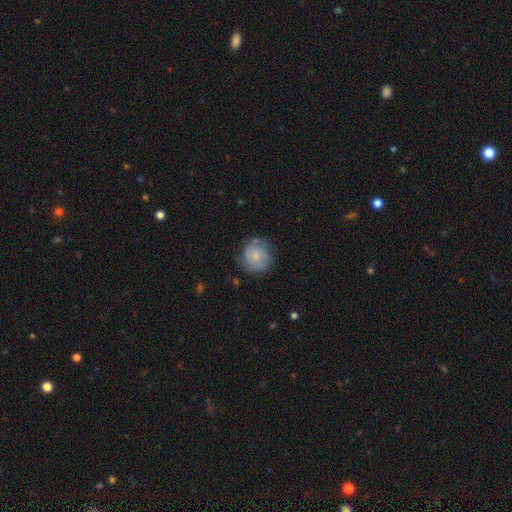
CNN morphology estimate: Overall: smooth (55%; featured or disk 38%). How rounded: round (87%). Merging: none (66%).